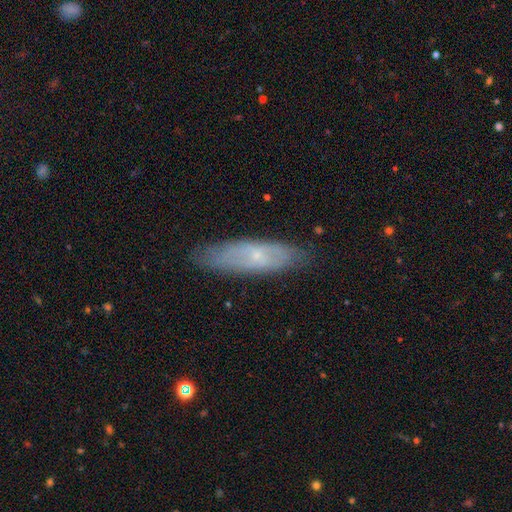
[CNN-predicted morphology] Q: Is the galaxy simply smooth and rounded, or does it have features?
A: featured or disk — 49%.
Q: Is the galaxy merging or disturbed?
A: none — 81%.